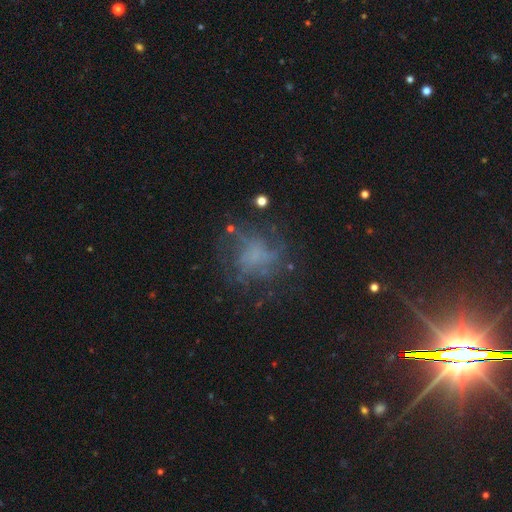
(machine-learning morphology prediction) Smooth or featured? featured or disk (53%)
Edge-on disk? no (97%)
Bar? no (82%)
Spiral arms? yes (51%)
Bulge size? none (66%)
Merging? none (58%)